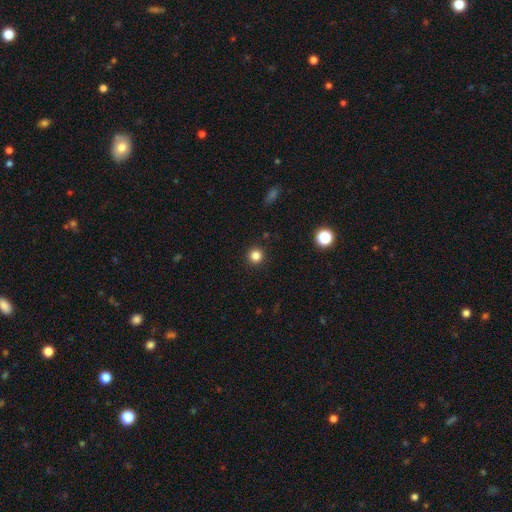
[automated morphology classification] A smooth galaxy with no disk features (84%) that is round (95%).

Vote fractions:
- Smooth or featured? smooth: 84% / star or artifact: 12% / featured or disk: 4%
- How rounded? round: 95% / in between: 4% / cigar-shaped: 1%
- Merging? none: 92% / minor disturbance: 5% / major disturbance: 2% / merger: 1%